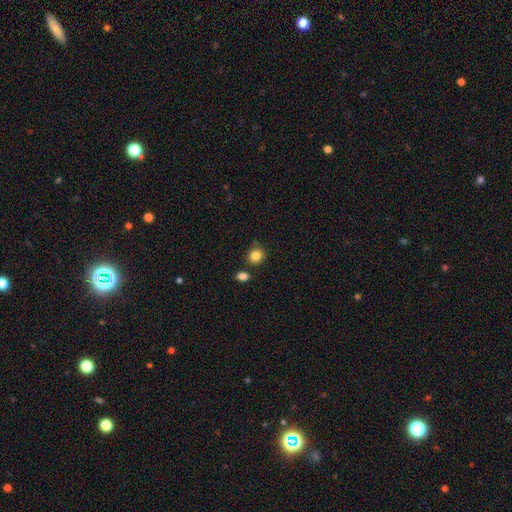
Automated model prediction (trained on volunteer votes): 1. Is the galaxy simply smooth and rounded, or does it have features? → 85% smooth, 10% star or artifact, 5% featured or disk.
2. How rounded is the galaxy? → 82% round, 17% in between, 1% cigar-shaped.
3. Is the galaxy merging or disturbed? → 76% none, 13% minor disturbance, 8% merger, 3% major disturbance.